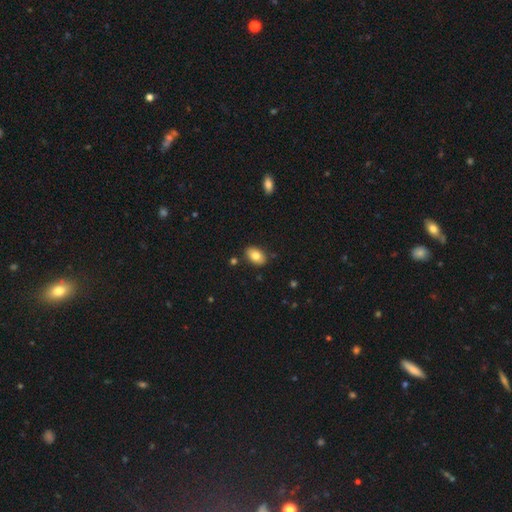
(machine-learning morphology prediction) Q: Smooth or featured?
A: smooth (80%); runner-up: featured or disk (12%)
Q: How rounded?
A: in between (89%); runner-up: round (10%)
Q: Merging?
A: none (86%); runner-up: minor disturbance (10%)